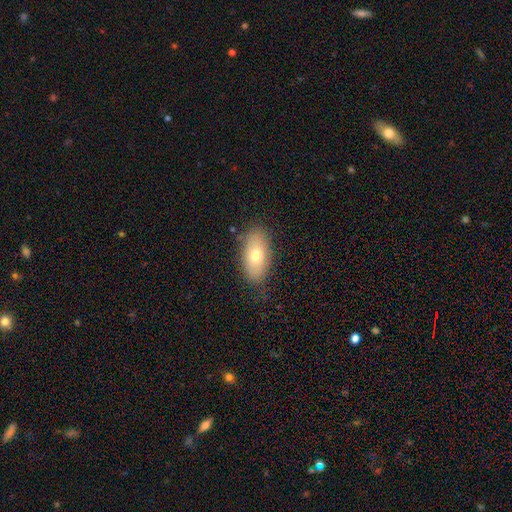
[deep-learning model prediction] smooth-or-featured: smooth: 71% | featured or disk: 20% | star or artifact: 8%
  how-rounded: in between: 91% | round: 6% | cigar-shaped: 3%
  merging: none: 81% | minor disturbance: 14% | major disturbance: 3% | merger: 1%